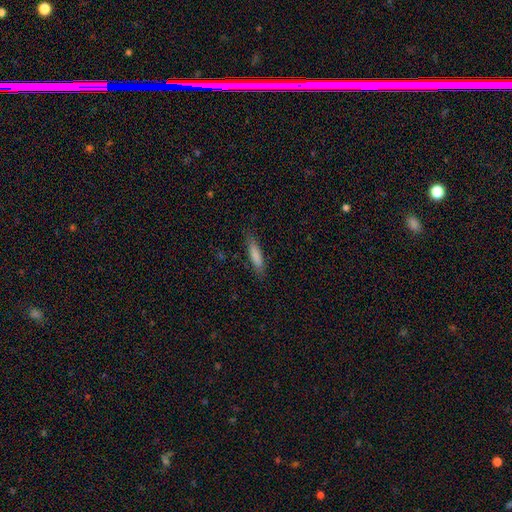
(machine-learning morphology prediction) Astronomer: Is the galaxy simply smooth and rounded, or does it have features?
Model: smooth — 82%.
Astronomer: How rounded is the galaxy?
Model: cigar-shaped — 73%.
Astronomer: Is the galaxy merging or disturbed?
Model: none — 83%.